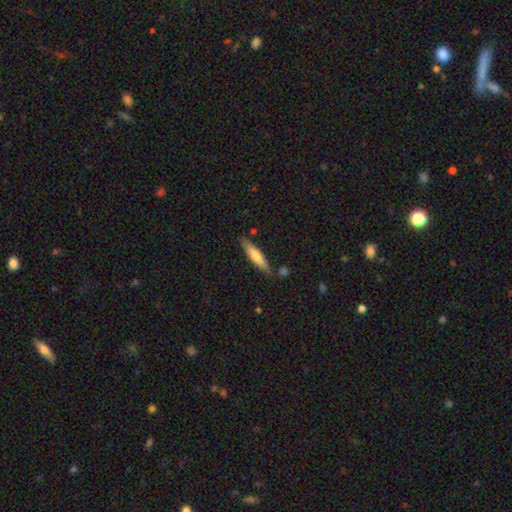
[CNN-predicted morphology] A smooth galaxy with no disk features (64%) that is cigar-shaped (80%). Merging: none (81%).